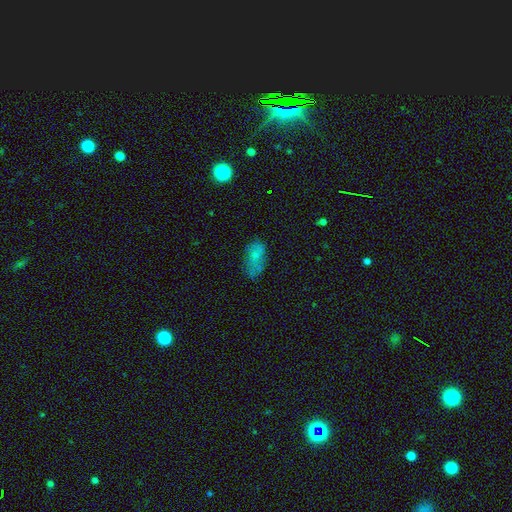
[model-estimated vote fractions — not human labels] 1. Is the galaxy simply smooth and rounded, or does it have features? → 66% smooth, 22% featured or disk, 12% star or artifact.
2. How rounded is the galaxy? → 90% in between, 5% cigar-shaped, 5% round.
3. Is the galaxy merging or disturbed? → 53% none, 28% minor disturbance, 14% major disturbance, 5% merger.